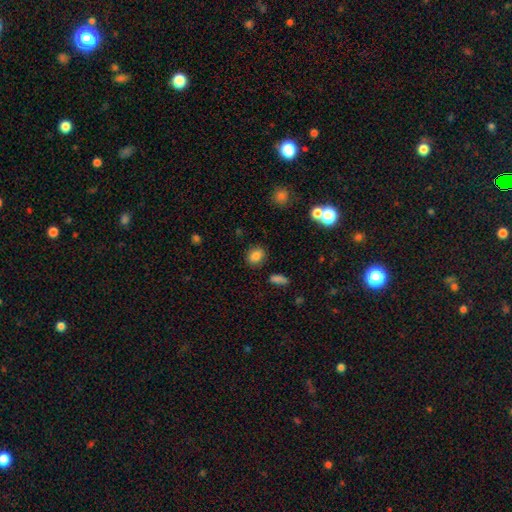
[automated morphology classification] smooth_or_featured: smooth (p=0.84) [alt: star or artifact p=0.11]
how_rounded: in between (p=0.50) [alt: round p=0.49]
merging: none (p=0.84) [alt: minor disturbance p=0.10]